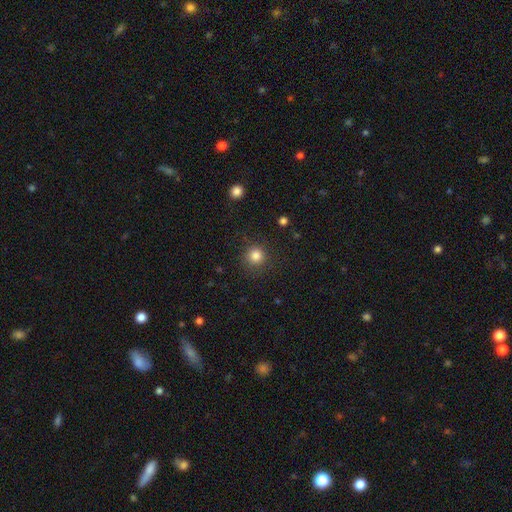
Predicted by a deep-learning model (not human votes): This is clearly a smooth galaxy (84%). How rounded: clearly round (93%). Merging: clearly none (88%).